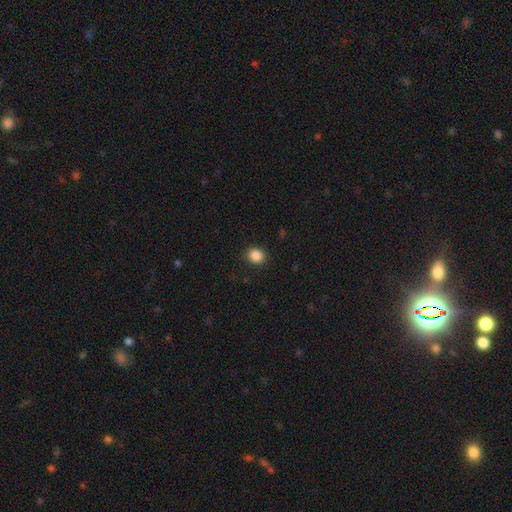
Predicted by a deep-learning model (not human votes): The model was most divided on "how rounded": round: 69%, in between: 30%, cigar-shaped: 1%. More confident: merging — none (89%); smooth or featured — smooth (87%).